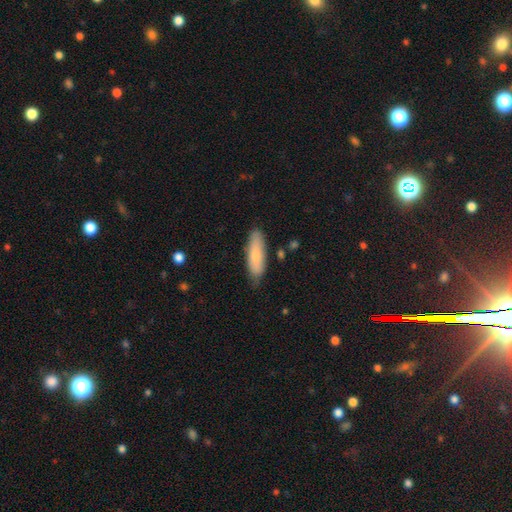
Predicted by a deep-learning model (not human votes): smooth 76%, featured or disk 18%, star or artifact 6%. Down the decision tree: how rounded — cigar-shaped (51%); merging — none (79%).